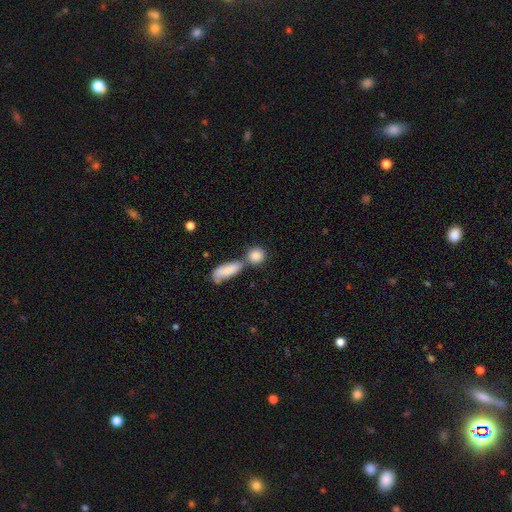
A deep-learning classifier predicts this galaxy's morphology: A smooth galaxy with no disk features (86%) that is round (67%).

Vote fractions:
- Smooth or featured? smooth: 86% / featured or disk: 8% / star or artifact: 7%
- How rounded? round: 67% / in between: 27% / cigar-shaped: 6%
- Merging? none: 48% / merger: 39% / minor disturbance: 9% / major disturbance: 4%